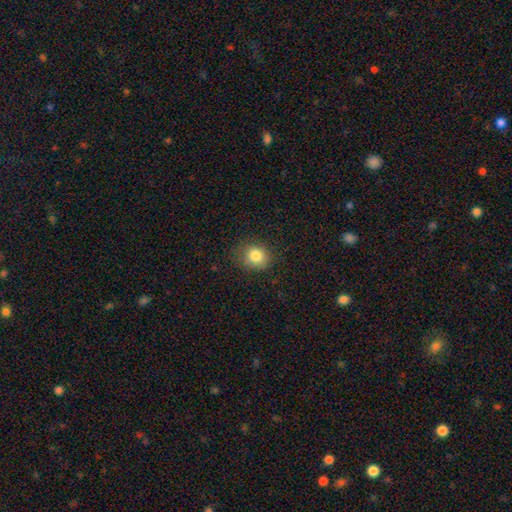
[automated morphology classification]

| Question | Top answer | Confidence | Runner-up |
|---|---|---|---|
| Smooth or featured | smooth | 82% | star or artifact (11%) |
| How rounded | round | 70% | in between (30%) |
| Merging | none | 76% | minor disturbance (18%) |